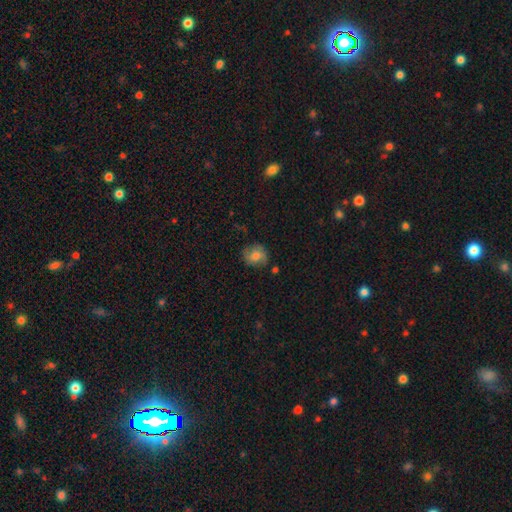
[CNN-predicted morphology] A smooth galaxy with no disk features (61%) that is round (73%). Merging: none (69%).